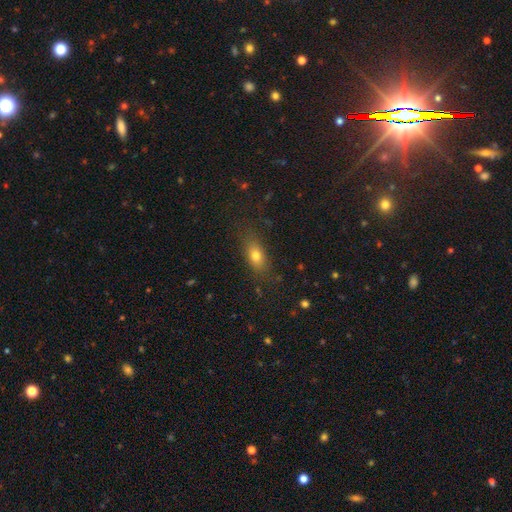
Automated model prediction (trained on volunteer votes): This appears to be a smooth galaxy with no disk features (75%) that is in between round and cigar-shaped (73%). Merging: none (76%).